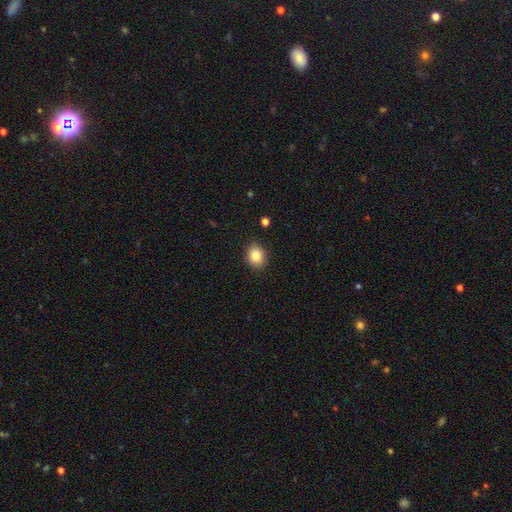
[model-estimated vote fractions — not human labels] Q: Smooth or featured?
A: smooth (84%); runner-up: star or artifact (10%)
Q: How rounded?
A: round (57%); runner-up: in between (43%)
Q: Merging?
A: none (88%); runner-up: minor disturbance (9%)